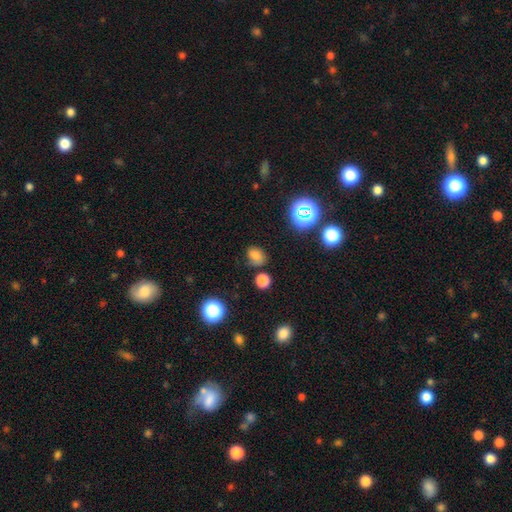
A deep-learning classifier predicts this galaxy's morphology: Smooth or featured? Predicted: smooth (p=0.72). How rounded? Predicted: in between (p=0.60). Merging? Predicted: none (p=0.69).